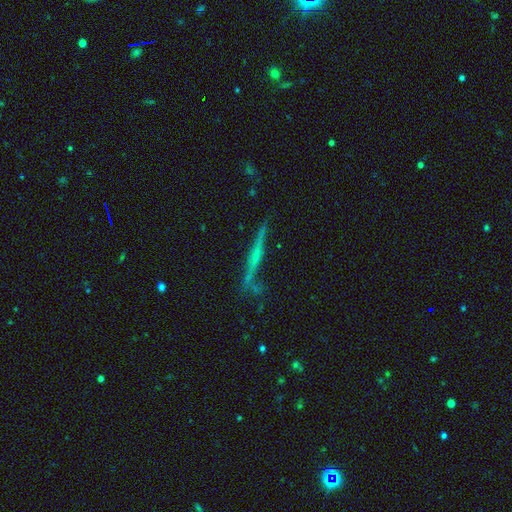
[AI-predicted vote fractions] Smooth or featured? Predicted: featured or disk (p=0.64). Edge-on disk? Predicted: yes (p=0.95). Edge-on bulge? Predicted: none (p=0.52). Merging? Predicted: none (p=0.77).